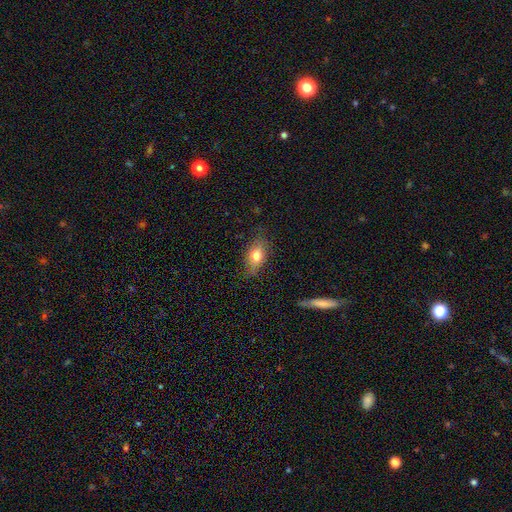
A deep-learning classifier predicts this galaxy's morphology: A smooth galaxy with no disk features (74%) that is in between round and cigar-shaped (80%).

Vote fractions:
- Smooth or featured? smooth: 74% / featured or disk: 17% / star or artifact: 9%
- How rounded? in between: 80% / round: 14% / cigar-shaped: 6%
- Merging? none: 73% / minor disturbance: 21% / major disturbance: 5% / merger: 2%